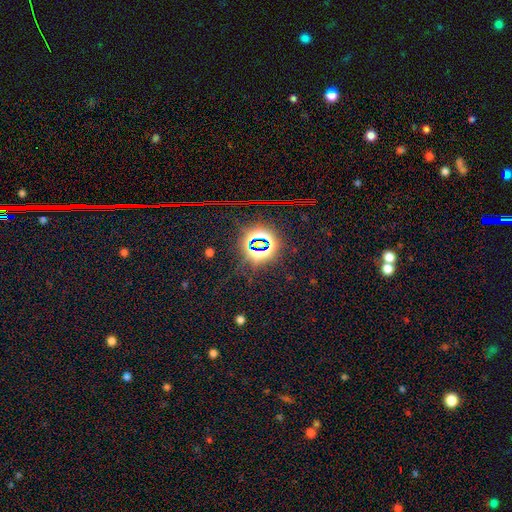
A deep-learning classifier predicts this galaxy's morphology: Smooth or featured?
  - star or artifact: 85% *
  - smooth: 8%
  - featured or disk: 7%